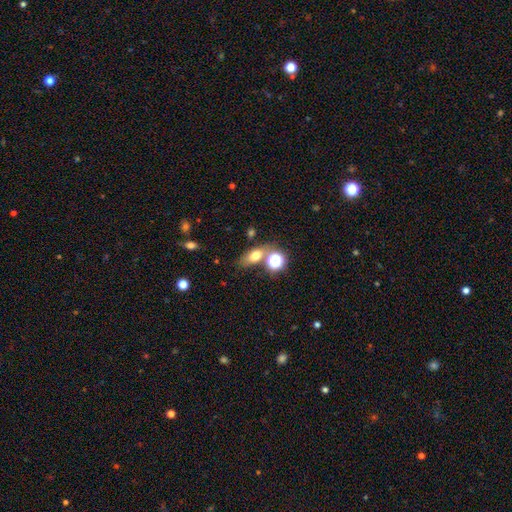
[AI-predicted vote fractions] Morphology: type=smooth (69%); roundness=in between (71%); merging=none (58%).